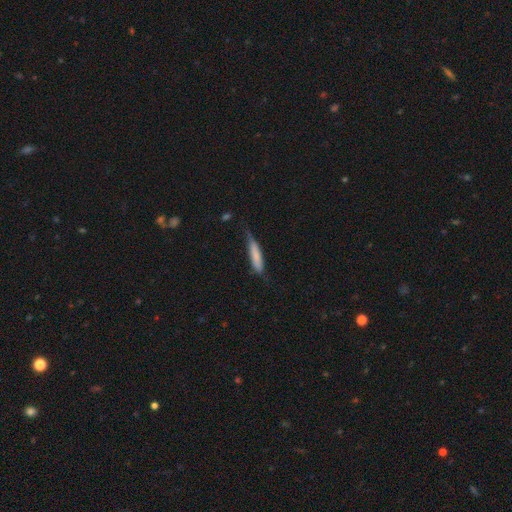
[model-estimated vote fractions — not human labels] A smooth galaxy with no disk features (77%) that is cigar-shaped (86%). Merging: none (56%).